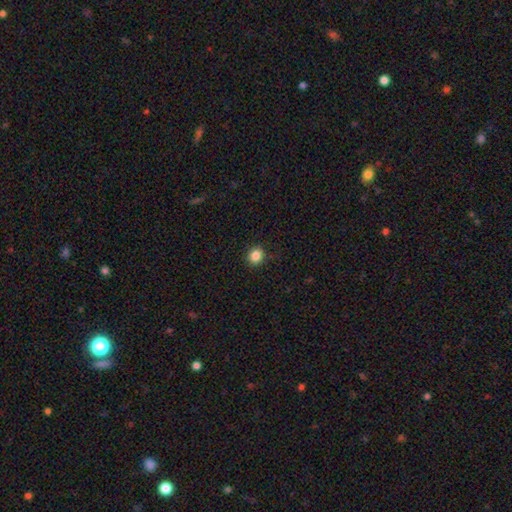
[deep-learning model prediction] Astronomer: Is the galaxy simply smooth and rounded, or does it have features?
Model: smooth — 85%.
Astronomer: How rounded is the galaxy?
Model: round — 79%.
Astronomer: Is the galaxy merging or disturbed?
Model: none — 88%.